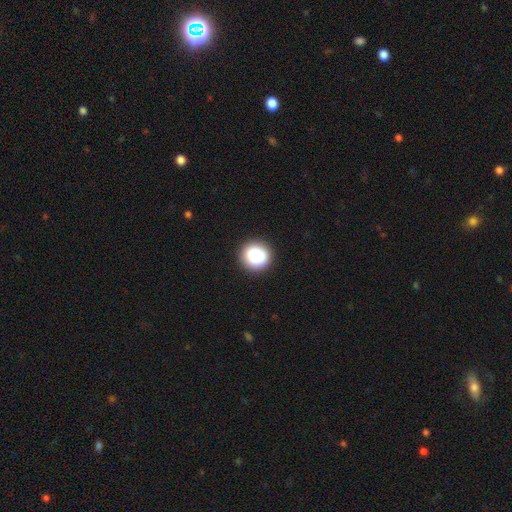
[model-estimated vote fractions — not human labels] Smooth or featured: smooth — 86% (star or artifact — 9%)
How rounded: round — 93% (in between — 6%)
Merging: none — 92% (minor disturbance — 5%)